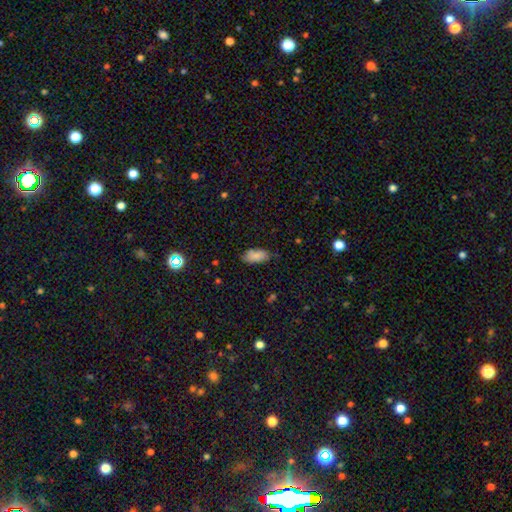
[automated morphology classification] smooth_or_featured: smooth (p=0.86) [alt: star or artifact p=0.07]
how_rounded: in between (p=0.92) [alt: cigar-shaped p=0.06]
merging: none (p=0.74) [alt: minor disturbance p=0.21]